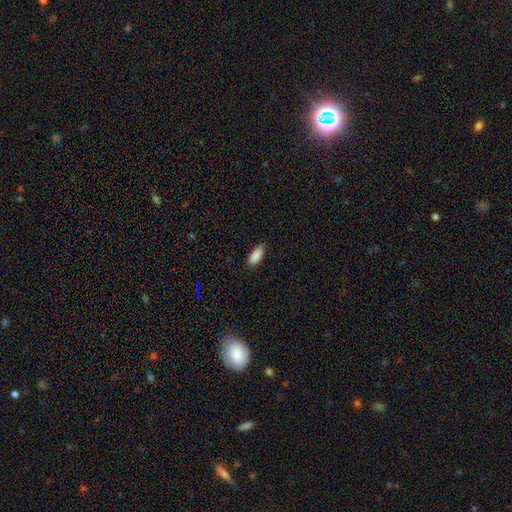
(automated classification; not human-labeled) This appears to be a smooth galaxy with no disk features (89%) that is in between round and cigar-shaped (79%). Merging: none (86%).